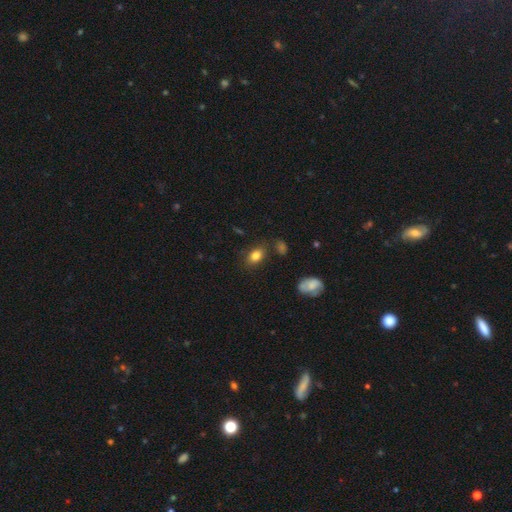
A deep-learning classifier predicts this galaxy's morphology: type=smooth (83%); roundness=in between (79%); merging=none (80%).